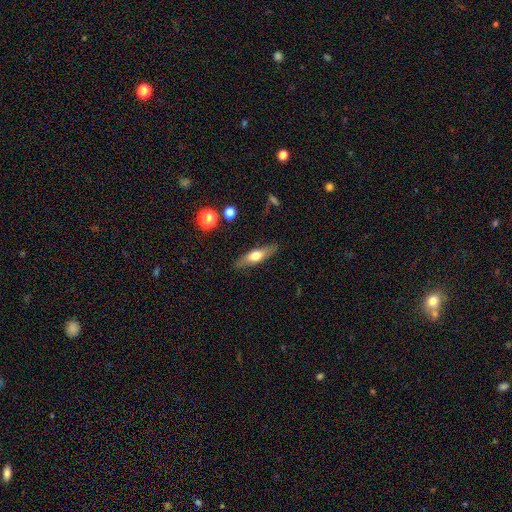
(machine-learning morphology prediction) Smooth or featured?
  - smooth: 49% *
  - featured or disk: 45%
  - star or artifact: 7%
Merging?
  - none: 86% *
  - minor disturbance: 10%
  - major disturbance: 2%
  - merger: 1%